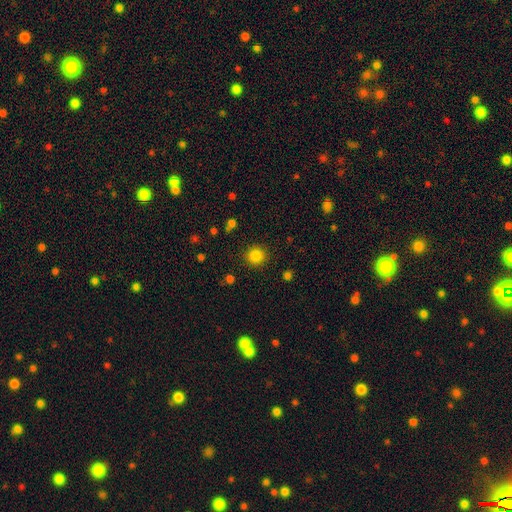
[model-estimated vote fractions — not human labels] This is clearly a smooth galaxy (84%). How rounded: clearly round (92%). Merging: clearly none (90%).